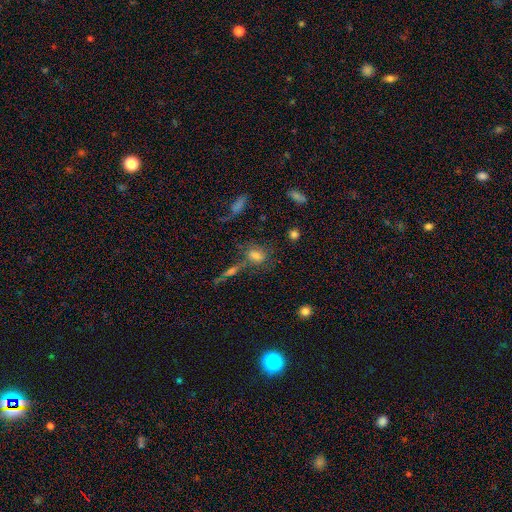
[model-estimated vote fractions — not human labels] Smooth or featured?
  - smooth: 63% *
  - featured or disk: 19%
  - star or artifact: 18%
How rounded?
  - in between: 67% *
  - round: 27%
  - cigar-shaped: 7%
Merging?
  - none: 54% *
  - merger: 18%
  - minor disturbance: 17%
  - major disturbance: 10%